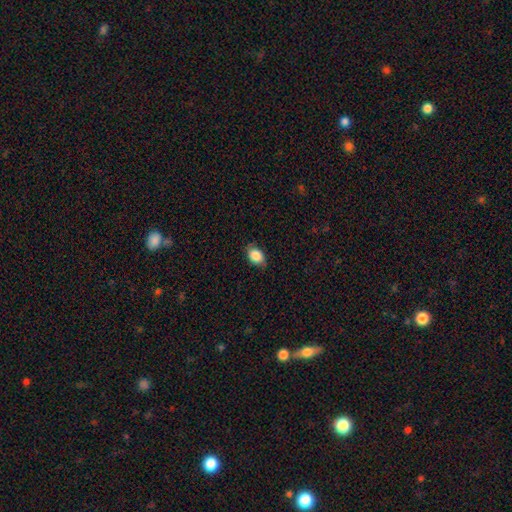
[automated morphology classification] smooth 82%, featured or disk 10%, star or artifact 8%. Down the decision tree: how rounded — in between (78%); merging — none (75%).